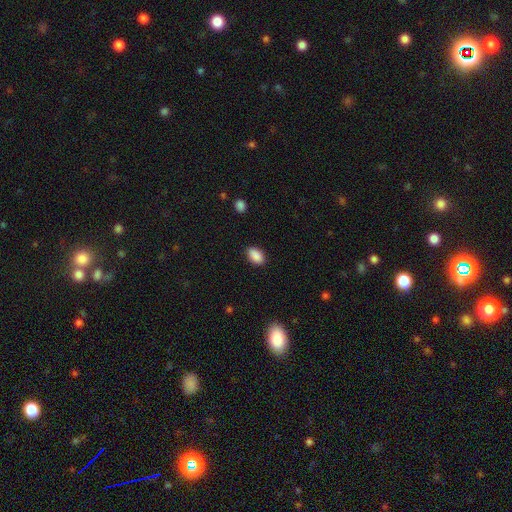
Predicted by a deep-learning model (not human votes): This appears to be a smooth galaxy with no disk features (89%) that is in between round and cigar-shaped (90%). Merging: none (86%).